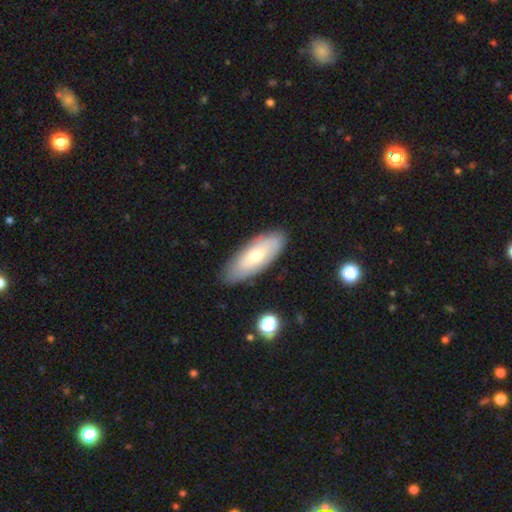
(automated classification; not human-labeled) A smooth galaxy with no disk features (56%) that is in between round and cigar-shaped (76%). Merging: none (83%).